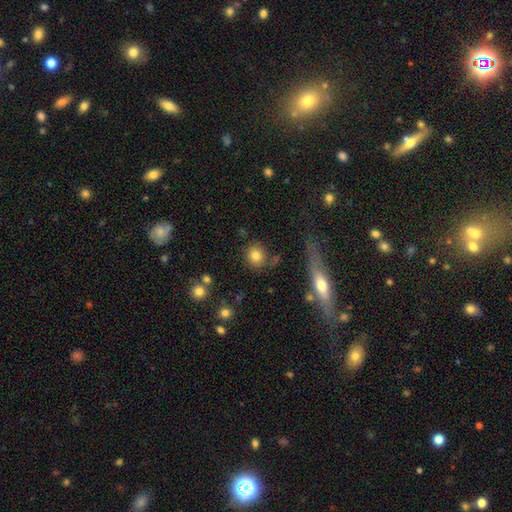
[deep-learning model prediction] Overall: smooth (81%). How rounded: round (86%). Merging: none (75%).